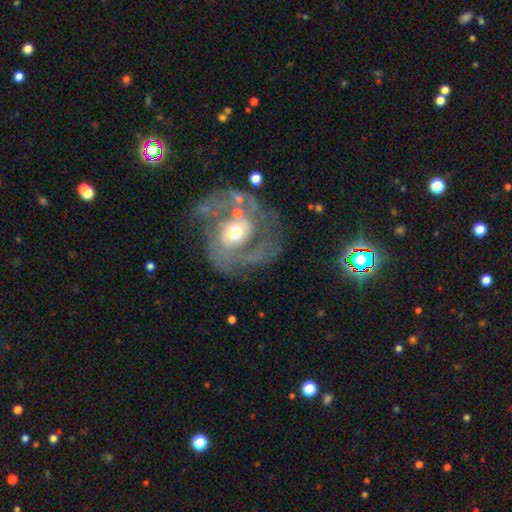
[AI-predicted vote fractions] This is clearly a featured or disk galaxy (83%). It is clearly not viewed edge-on (97%). Bar: marginally weak (39%). Spiral arm pattern: clearly yes (92%). Spiral arm count: possibly 2 (56%). Spiral winding: possibly medium (47%). Central bulge: likely moderate (60%). Merging: likely none (63%).